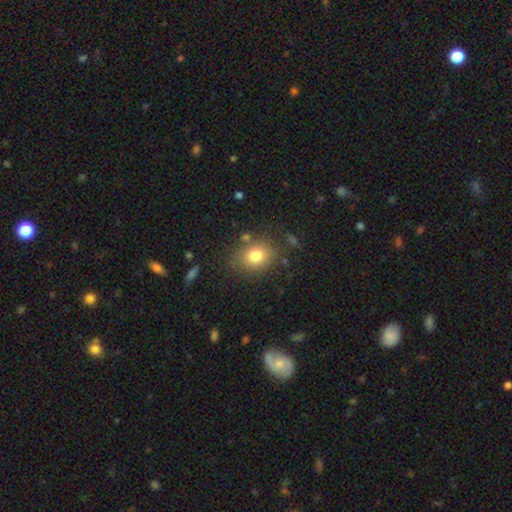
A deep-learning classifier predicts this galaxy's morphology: Smooth or featured?
  - smooth: 79% *
  - star or artifact: 11%
  - featured or disk: 10%
How rounded?
  - round: 55% *
  - in between: 44%
  - cigar-shaped: 1%
Merging?
  - none: 79% *
  - minor disturbance: 12%
  - major disturbance: 5%
  - merger: 4%